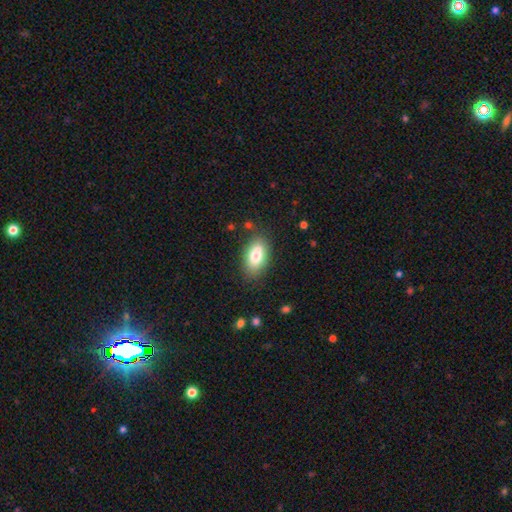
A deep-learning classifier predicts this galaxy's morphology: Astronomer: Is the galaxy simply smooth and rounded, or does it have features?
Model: smooth — 76%.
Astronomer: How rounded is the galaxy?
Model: in between — 90%.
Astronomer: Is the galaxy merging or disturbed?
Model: none — 75%.